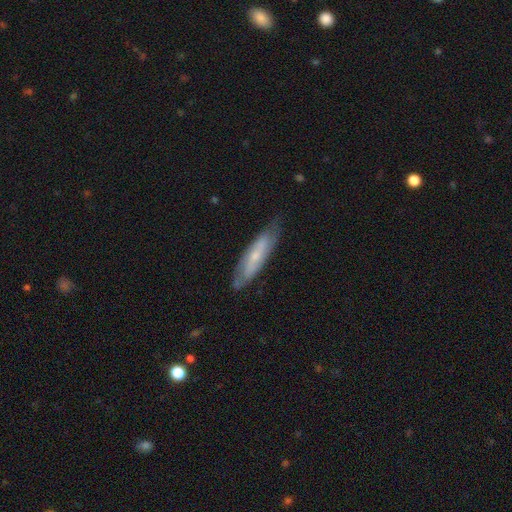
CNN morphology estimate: This appears to be a featured or disk galaxy (56%). Merging: none (76%).